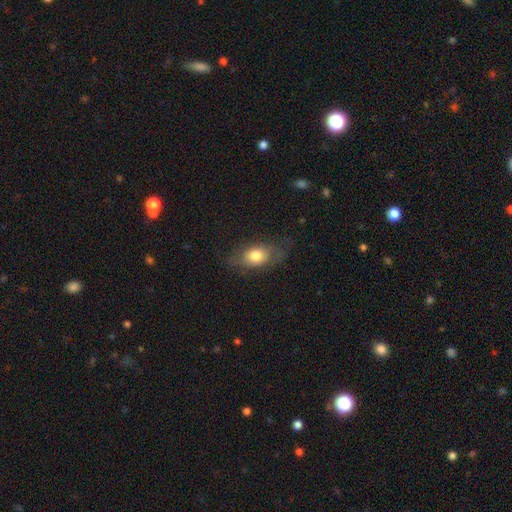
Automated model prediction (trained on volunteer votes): Morphology: type=smooth (65%); roundness=in between (80%); merging=none (63%).